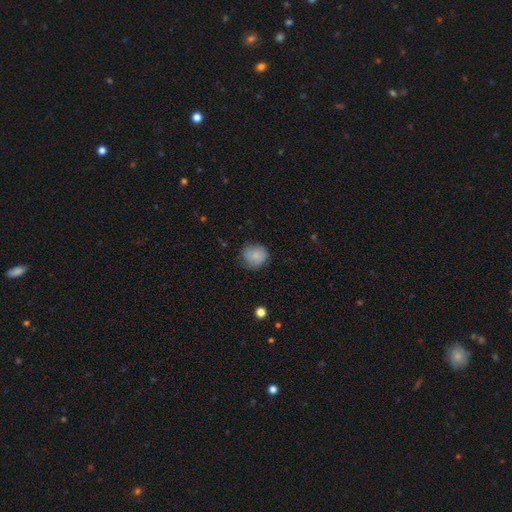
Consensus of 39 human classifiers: Q: Smooth or featured?
A: smooth (82%); runner-up: featured or disk (13%)
Q: How rounded?
A: round (81%); runner-up: in between (16%)
Q: Merging?
A: none (51%); runner-up: minor disturbance (32%)